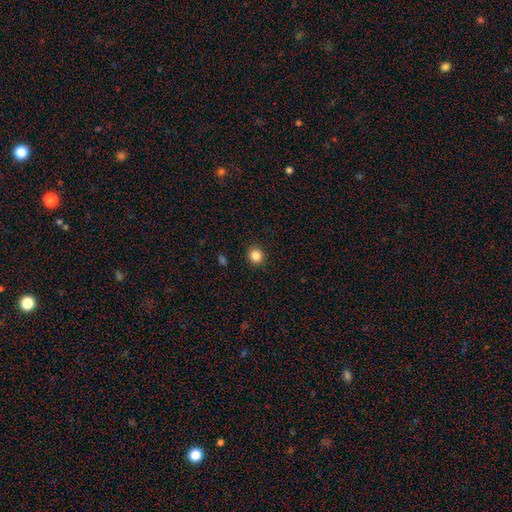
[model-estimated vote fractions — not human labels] smooth-or-featured: smooth: 86% | star or artifact: 11% | featured or disk: 3%
  how-rounded: round: 91% | in between: 8% | cigar-shaped: 1%
  merging: none: 92% | minor disturbance: 5% | major disturbance: 2% | merger: 1%